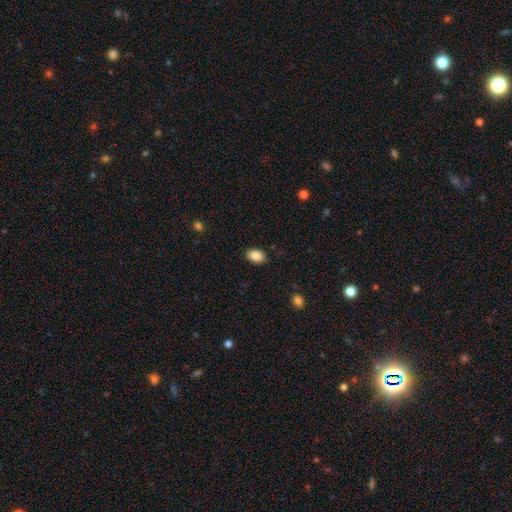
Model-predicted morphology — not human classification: Smooth or featured: smooth — 88% (star or artifact — 8%)
How rounded: in between — 85% (round — 13%)
Merging: none — 88% (minor disturbance — 9%)